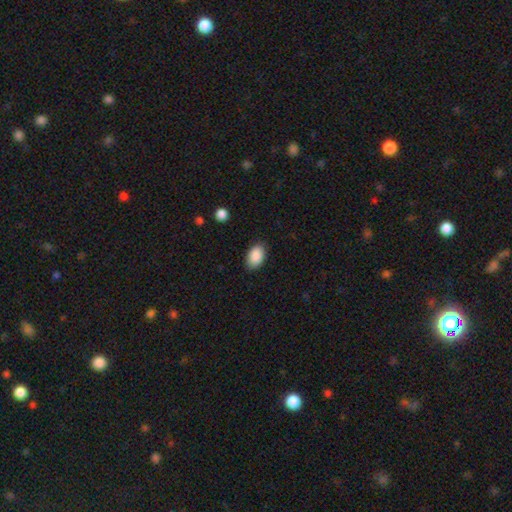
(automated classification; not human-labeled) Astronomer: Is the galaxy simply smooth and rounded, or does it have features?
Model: smooth — 90%.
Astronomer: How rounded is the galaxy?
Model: in between — 91%.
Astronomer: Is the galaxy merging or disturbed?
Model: none — 86%.